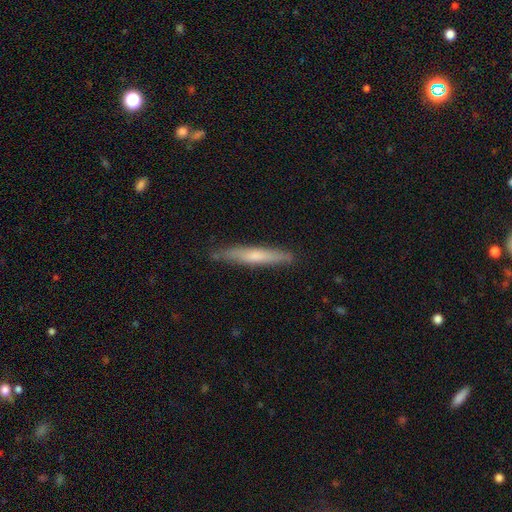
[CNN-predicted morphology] A smooth galaxy with no disk features (55%) that is cigar-shaped (94%). Merging: none (85%).